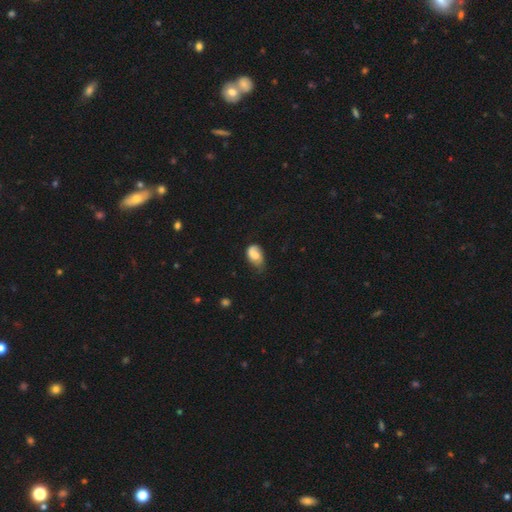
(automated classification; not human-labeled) smooth-or-featured: smooth: 61% | featured or disk: 31% | star or artifact: 8%
  how-rounded: in between: 86% | round: 13% | cigar-shaped: 2%
  merging: minor disturbance: 42% | none: 40% | major disturbance: 16% | merger: 2%